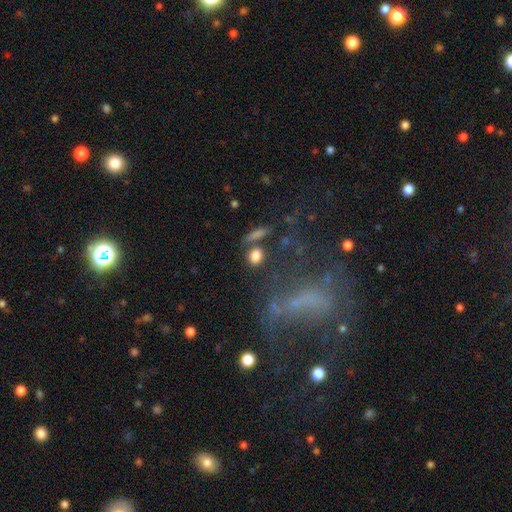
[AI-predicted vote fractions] Q: Smooth or featured?
A: smooth (83%); runner-up: star or artifact (10%)
Q: How rounded?
A: round (55%); runner-up: in between (41%)
Q: Merging?
A: none (72%); runner-up: merger (12%)